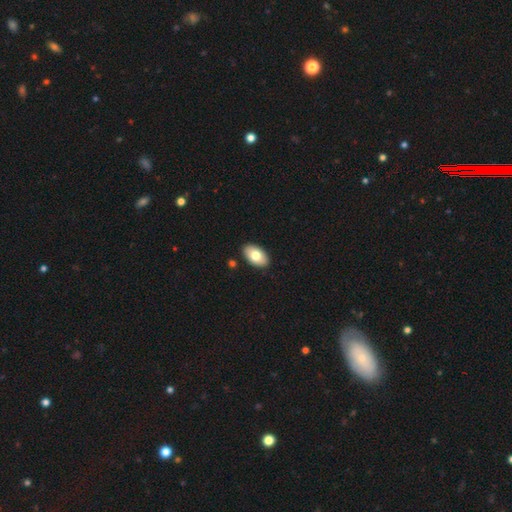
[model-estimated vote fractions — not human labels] Smooth or featured? Predicted: smooth (p=0.77). How rounded? Predicted: in between (p=0.94). Merging? Predicted: none (p=0.90).